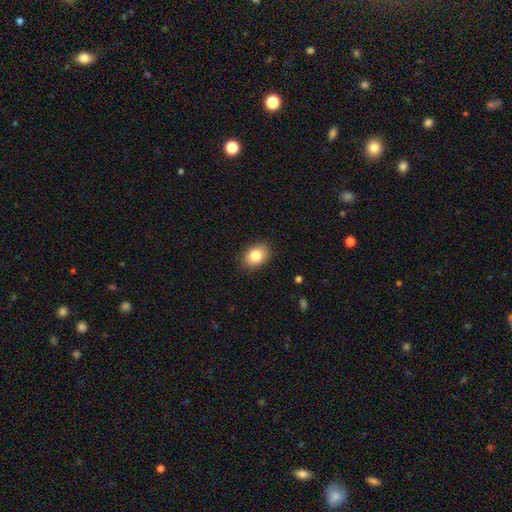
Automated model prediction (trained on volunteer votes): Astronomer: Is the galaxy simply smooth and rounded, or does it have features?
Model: smooth — 84%.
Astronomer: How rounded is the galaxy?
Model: in between — 76%.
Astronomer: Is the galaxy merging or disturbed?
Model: none — 87%.